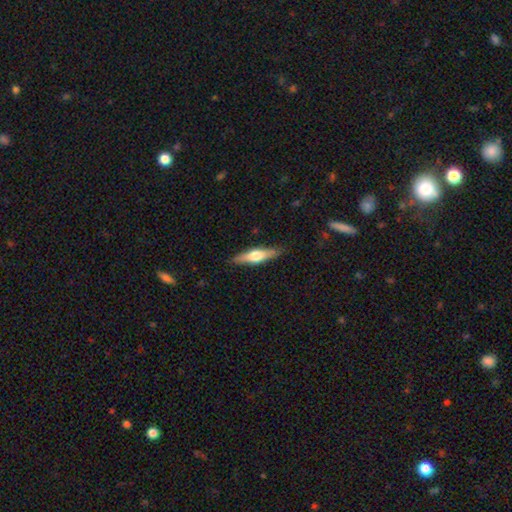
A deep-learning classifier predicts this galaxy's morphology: The model was most divided on "smooth or featured": featured or disk: 48%, smooth: 46%, star or artifact: 6%. More confident: merging — none (85%).